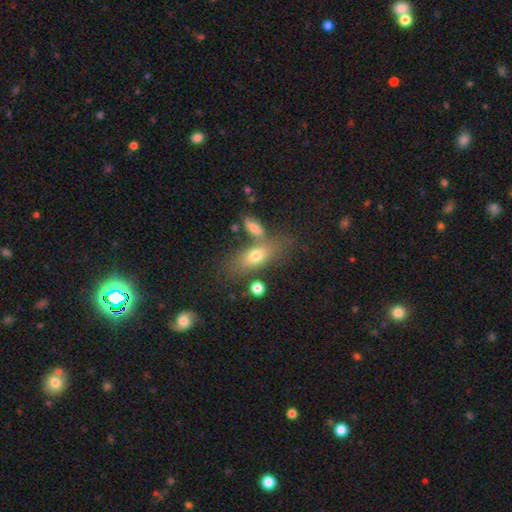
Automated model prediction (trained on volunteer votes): This is likely a smooth galaxy (68%). How rounded: likely in between (74%). Merging: possibly none (55%).